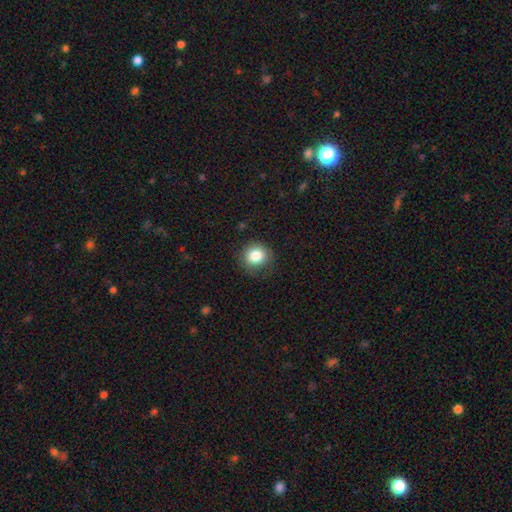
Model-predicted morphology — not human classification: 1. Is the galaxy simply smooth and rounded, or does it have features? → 84% smooth, 10% star or artifact, 6% featured or disk.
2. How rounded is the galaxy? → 88% round, 11% in between, 1% cigar-shaped.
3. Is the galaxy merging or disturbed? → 82% none, 13% minor disturbance, 4% major disturbance, 1% merger.